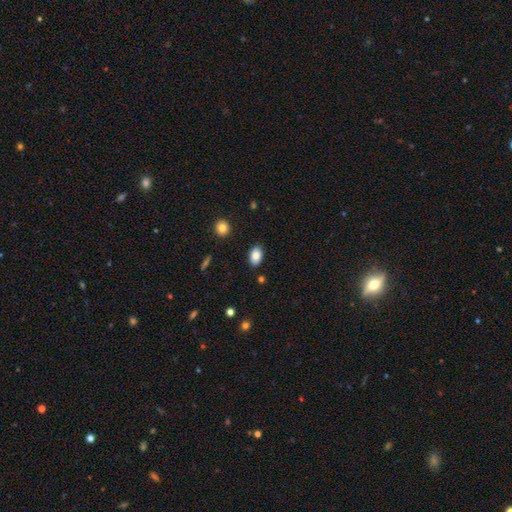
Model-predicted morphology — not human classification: smooth 86%, star or artifact 8%, featured or disk 6%. Down the decision tree: how rounded — in between (90%); merging — none (86%).